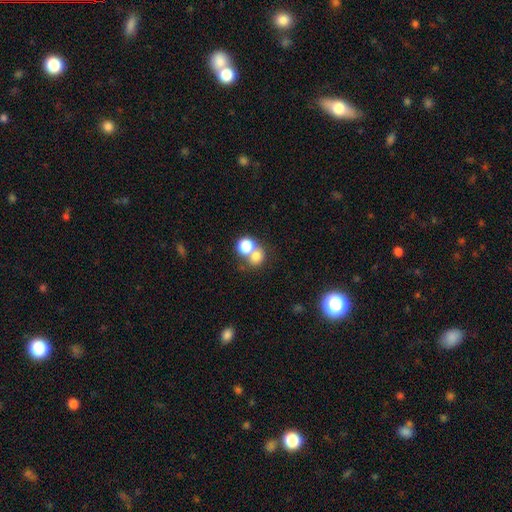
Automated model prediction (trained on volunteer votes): Overall: smooth (74%). How rounded: round (73%). Merging: merger (51%; none 39%).